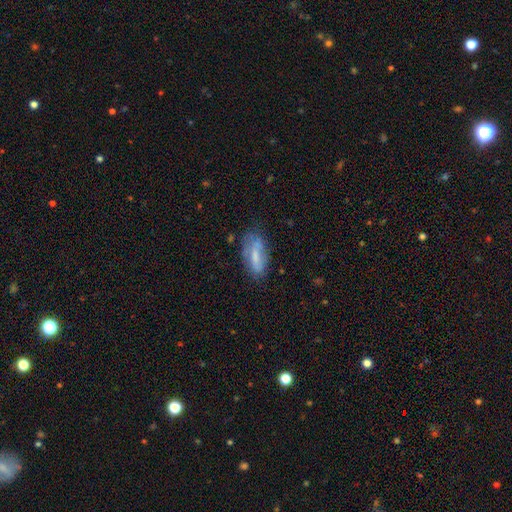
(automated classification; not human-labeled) Morphology: type=smooth (53%); roundness=in between (75%); merging=none (56%).